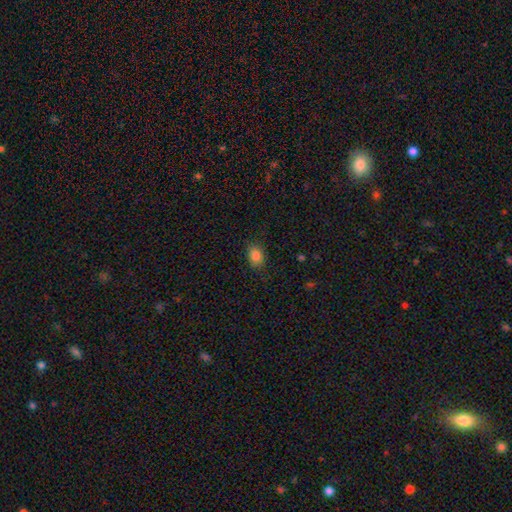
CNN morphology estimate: A smooth galaxy with no disk features (85%) that is in between round and cigar-shaped (66%). Merging: none (84%).